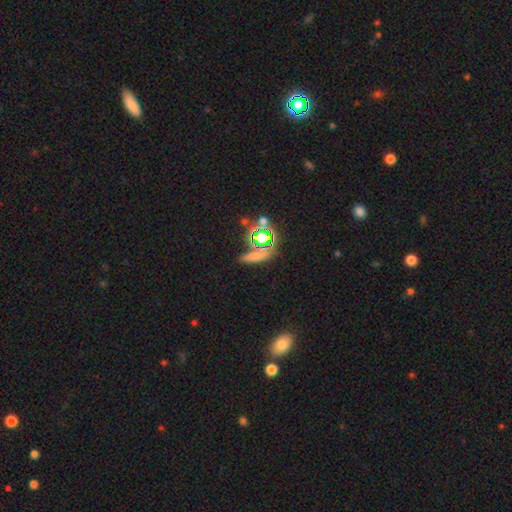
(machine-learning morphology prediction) type=smooth (49%); merging=none (72%).